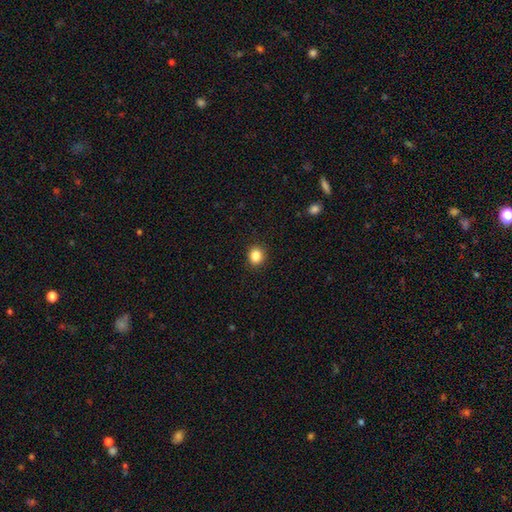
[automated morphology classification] This is clearly a smooth galaxy (86%). How rounded: likely round (78%). Merging: clearly none (91%).